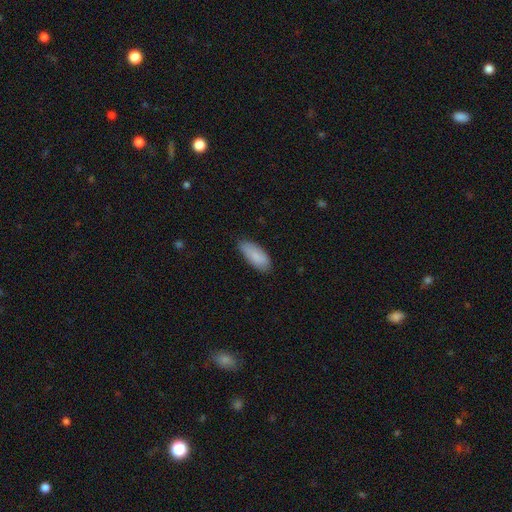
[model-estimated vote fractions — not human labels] smooth 86%, featured or disk 8%, star or artifact 6%. Down the decision tree: how rounded — in between (80%); merging — none (81%).